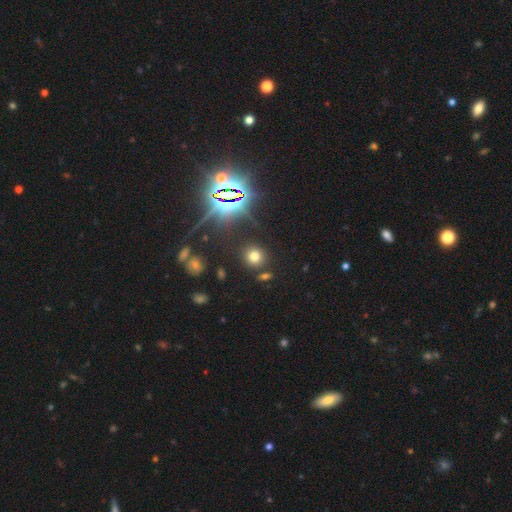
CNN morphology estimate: Smooth or featured? Predicted: smooth (p=0.56). How rounded? Predicted: round (p=0.85). Merging? Predicted: none (p=0.84).